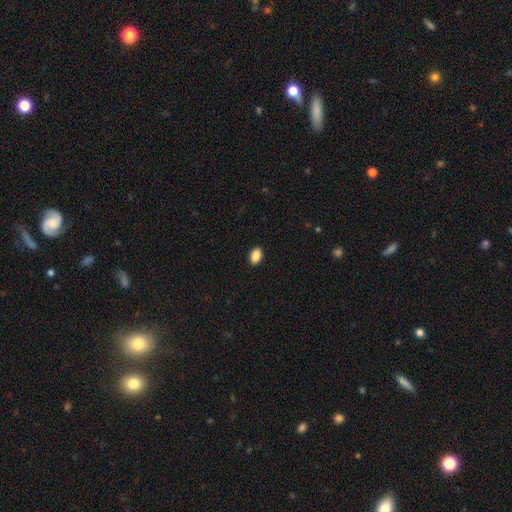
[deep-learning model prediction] Smooth or featured?
  - smooth: 88% *
  - star or artifact: 8%
  - featured or disk: 4%
How rounded?
  - in between: 87% *
  - round: 11%
  - cigar-shaped: 1%
Merging?
  - none: 91% *
  - minor disturbance: 7%
  - major disturbance: 2%
  - merger: 1%